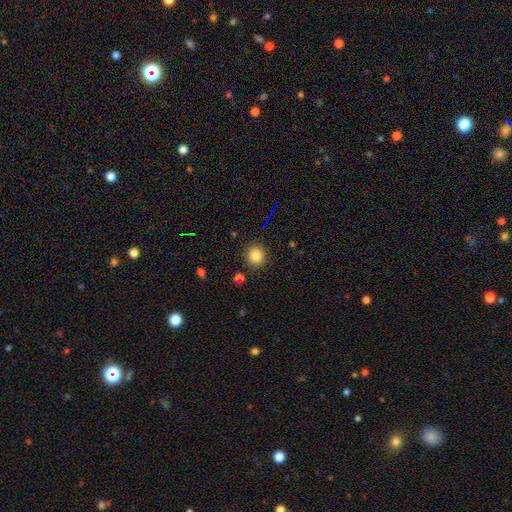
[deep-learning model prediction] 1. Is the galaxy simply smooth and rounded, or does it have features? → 80% smooth, 13% star or artifact, 7% featured or disk.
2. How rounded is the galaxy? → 90% round, 9% in between, 1% cigar-shaped.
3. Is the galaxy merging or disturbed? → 88% none, 7% minor disturbance, 2% merger, 2% major disturbance.